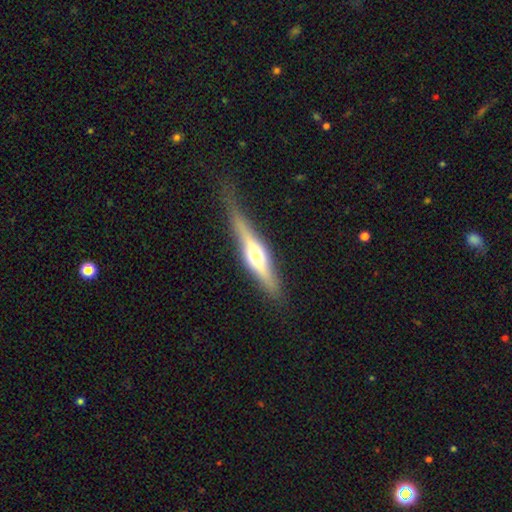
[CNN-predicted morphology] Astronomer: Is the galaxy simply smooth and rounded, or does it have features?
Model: featured or disk — 67%.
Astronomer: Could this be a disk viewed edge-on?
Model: yes — 95%.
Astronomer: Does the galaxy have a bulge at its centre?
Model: rounded — 87%.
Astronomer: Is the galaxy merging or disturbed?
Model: none — 73%.